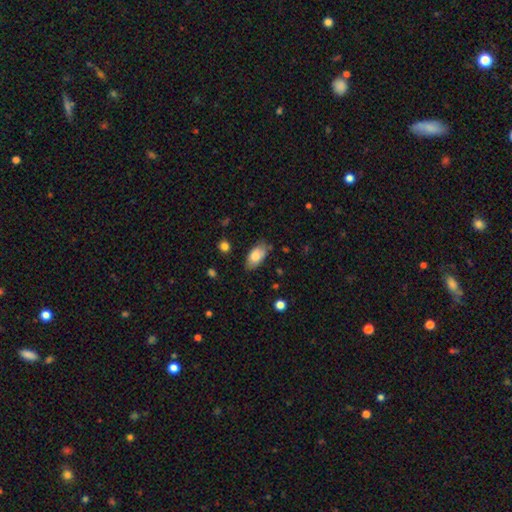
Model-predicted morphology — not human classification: Smooth or featured: smooth — 81% (featured or disk — 12%)
How rounded: in between — 93% (round — 4%)
Merging: none — 76% (minor disturbance — 18%)